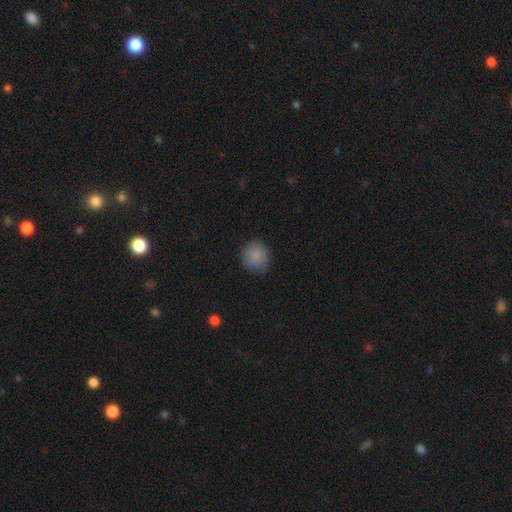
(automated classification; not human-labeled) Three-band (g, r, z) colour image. It shows a smooth galaxy with no disk features (86%) that is round (87%). Merging: none (84%).